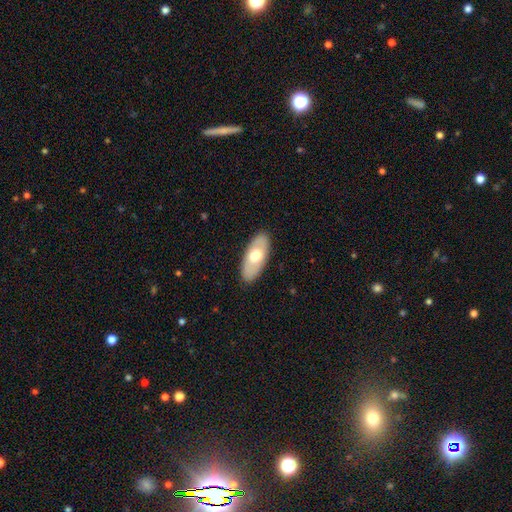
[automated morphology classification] Smooth or featured? smooth (57%)
How rounded? in between (90%)
Merging? none (87%)